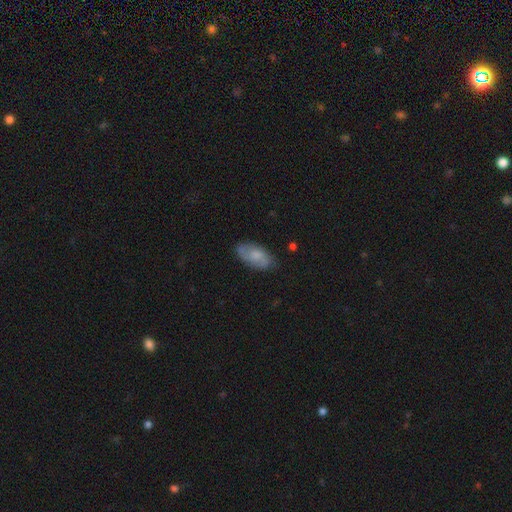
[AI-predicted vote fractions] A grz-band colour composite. It shows a smooth galaxy with no disk features (63%) that is in between round and cigar-shaped (92%). Merging: none (78%).